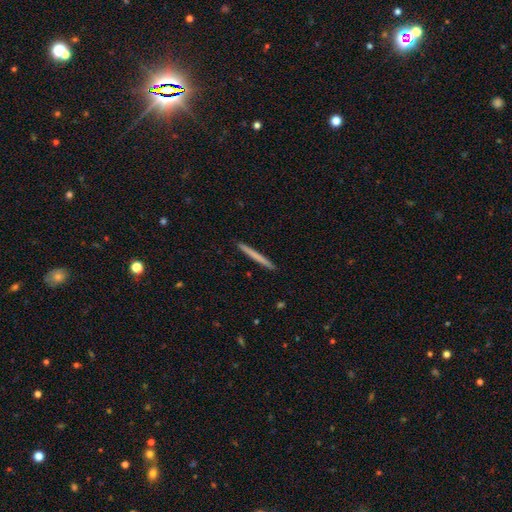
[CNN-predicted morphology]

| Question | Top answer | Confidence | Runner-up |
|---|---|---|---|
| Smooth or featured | smooth | 64% | featured or disk (31%) |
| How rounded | cigar-shaped | 97% | in between (2%) |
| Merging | none | 93% | minor disturbance (4%) |